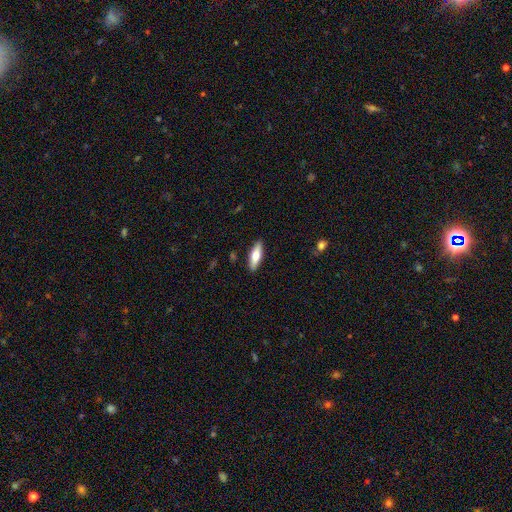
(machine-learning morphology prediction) smooth 66%, featured or disk 28%, star or artifact 6%. Down the decision tree: how rounded — in between (49%, tied with cigar-shaped); merging — none (89%).